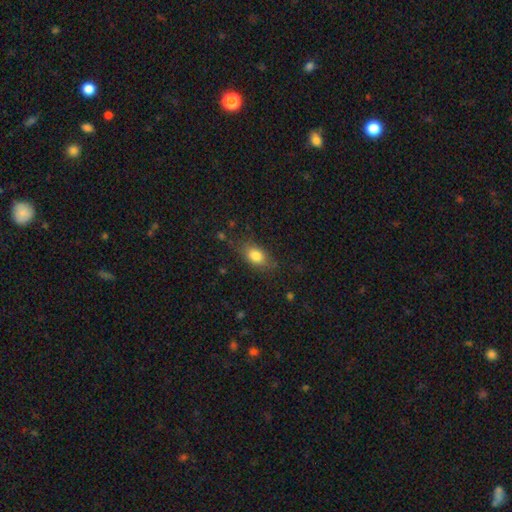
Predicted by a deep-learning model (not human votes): A smooth galaxy with no disk features (81%) that is in between round and cigar-shaped (81%). Merging: none (73%).